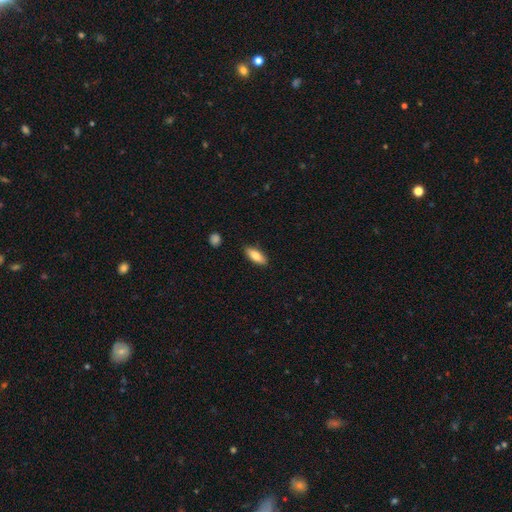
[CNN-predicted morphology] The model was most divided on "how rounded": in between: 69%, cigar-shaped: 29%, round: 2%. More confident: merging — none (87%); smooth or featured — smooth (81%).